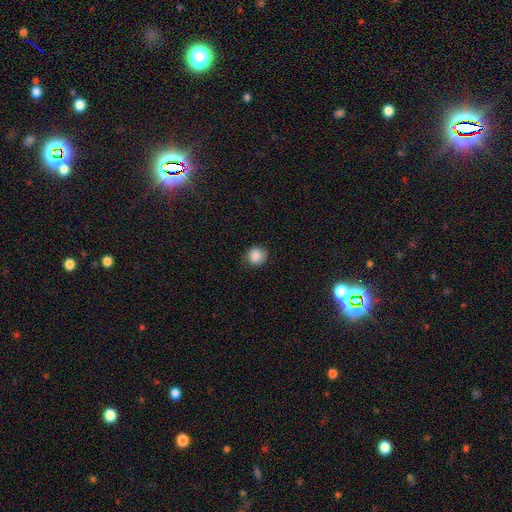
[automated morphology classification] A smooth galaxy with no disk features (86%) that is round (83%). Merging: none (80%).